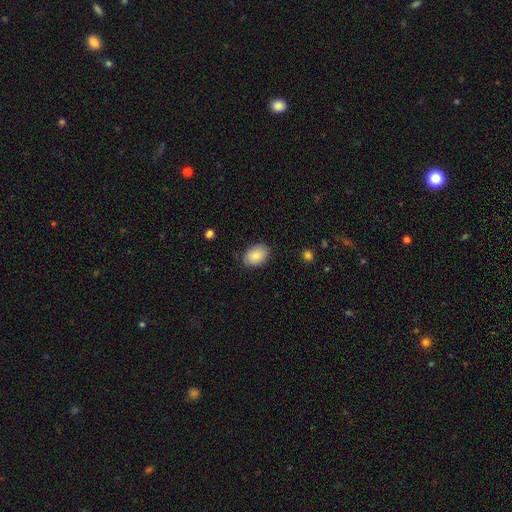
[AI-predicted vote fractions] This is clearly a smooth galaxy (85%). How rounded: likely in between (79%). Merging: clearly none (82%).